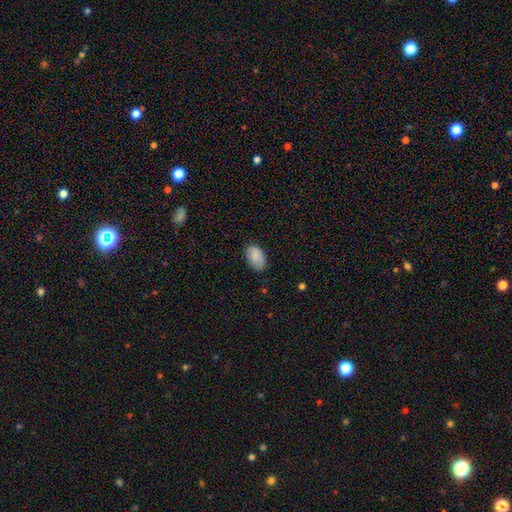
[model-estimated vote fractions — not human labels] The model was most divided on "merging": none: 78%, minor disturbance: 18%, major disturbance: 3%, merger: 1%. More confident: how rounded — in between (90%); smooth or featured — smooth (87%).